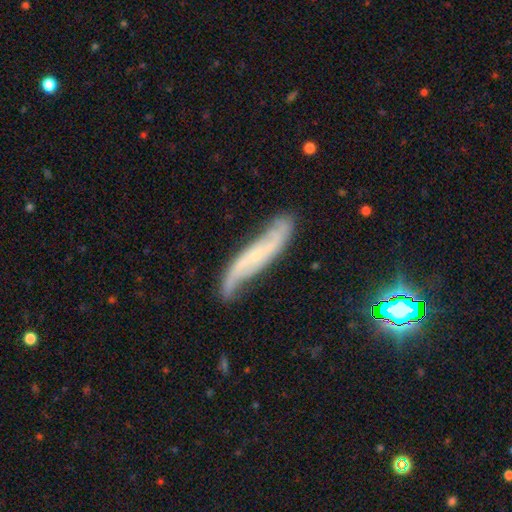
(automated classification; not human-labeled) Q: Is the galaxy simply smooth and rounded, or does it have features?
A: featured or disk — 73%.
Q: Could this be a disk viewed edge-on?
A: no — 70%.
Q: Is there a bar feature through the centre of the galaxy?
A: no — 51%.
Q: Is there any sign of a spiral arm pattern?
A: yes — 93%.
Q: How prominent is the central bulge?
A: small — 70%.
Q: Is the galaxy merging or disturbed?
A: none — 68%.